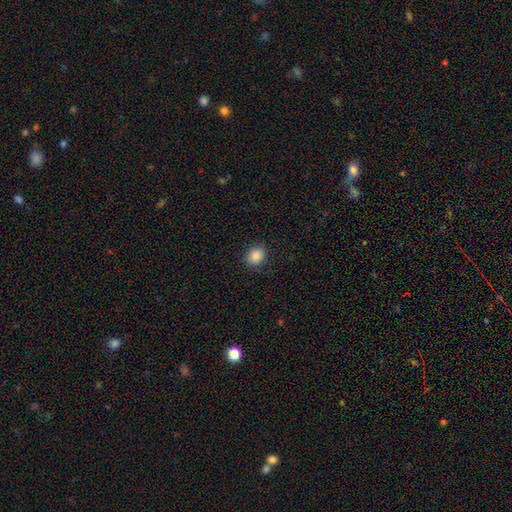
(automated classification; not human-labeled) smooth 87%, star or artifact 9%, featured or disk 4%. Down the decision tree: how rounded — round (55%); merging — none (83%).